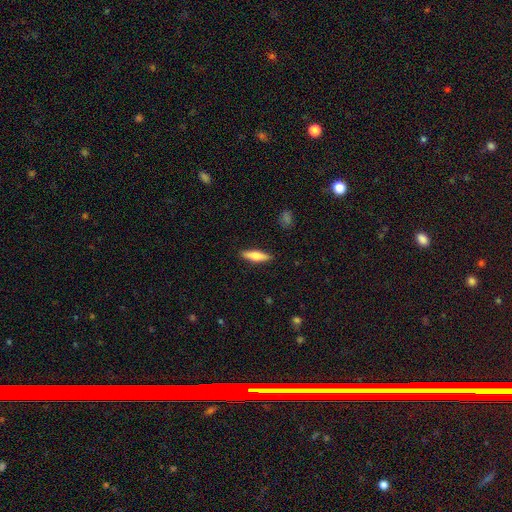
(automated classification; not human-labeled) Smooth or featured? Predicted: smooth (p=0.64). How rounded? Predicted: cigar-shaped (p=0.64). Merging? Predicted: none (p=0.89).